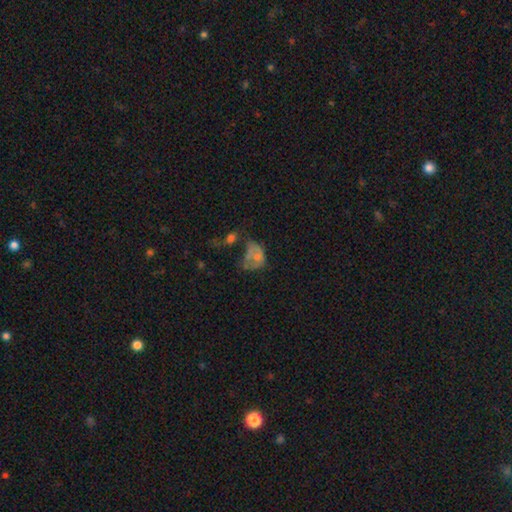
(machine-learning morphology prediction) Smooth or featured?
  - smooth: 52% *
  - featured or disk: 34%
  - star or artifact: 14%
How rounded?
  - in between: 68% *
  - round: 30%
  - cigar-shaped: 2%
Merging?
  - major disturbance: 37% *
  - merger: 23%
  - minor disturbance: 20%
  - none: 20%